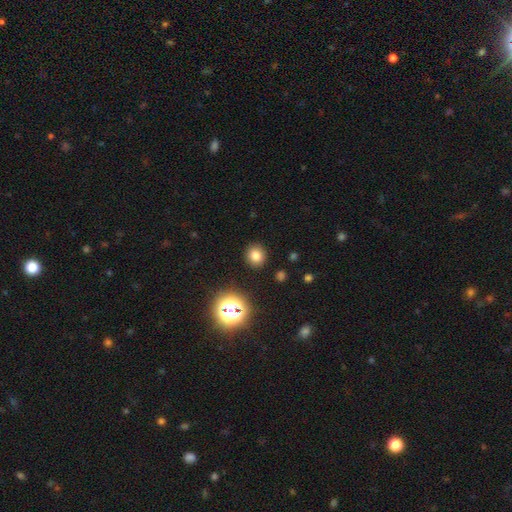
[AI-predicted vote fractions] Smooth or featured?
  - smooth: 77% *
  - star or artifact: 16%
  - featured or disk: 7%
How rounded?
  - round: 86% *
  - in between: 13%
  - cigar-shaped: 1%
Merging?
  - none: 90% *
  - minor disturbance: 6%
  - major disturbance: 2%
  - merger: 2%